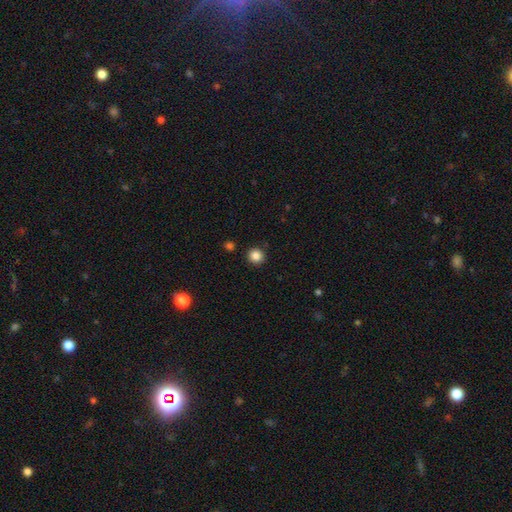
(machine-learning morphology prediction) smooth 86%, star or artifact 11%, featured or disk 4%. Down the decision tree: how rounded — round (91%); merging — none (90%).